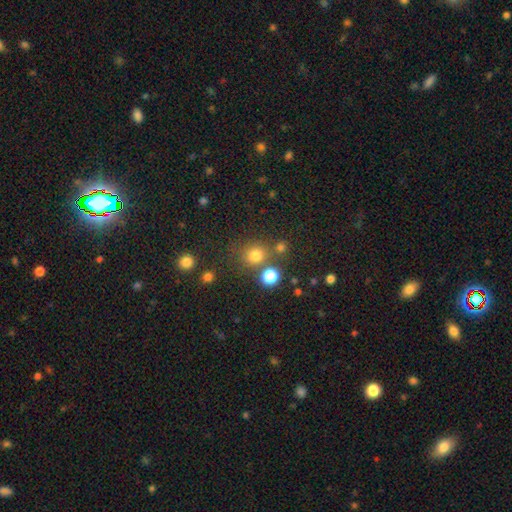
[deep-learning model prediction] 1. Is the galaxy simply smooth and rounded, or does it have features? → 76% smooth, 17% star or artifact, 6% featured or disk.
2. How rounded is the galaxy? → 85% round, 14% in between, 1% cigar-shaped.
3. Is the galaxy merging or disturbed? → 71% none, 14% merger, 10% minor disturbance, 5% major disturbance.